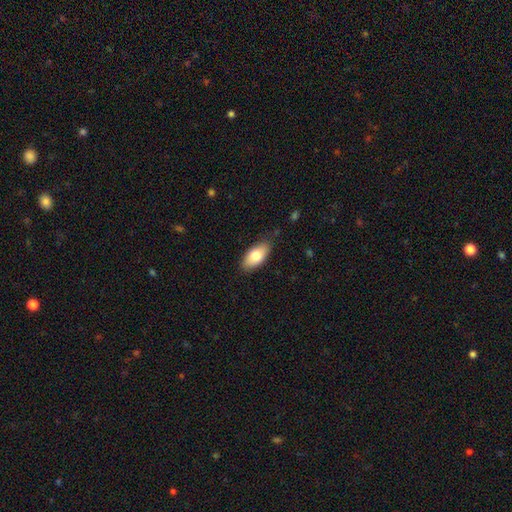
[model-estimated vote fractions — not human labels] Overall: smooth (78%). How rounded: in between (91%). Merging: none (82%).